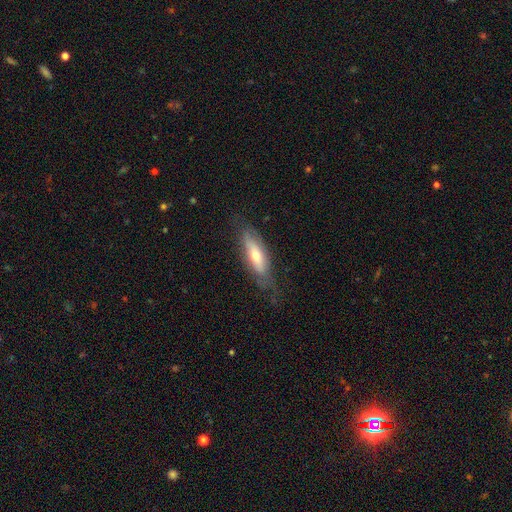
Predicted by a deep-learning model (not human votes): This is possibly a featured or disk galaxy (48%). Merging: likely none (70%).